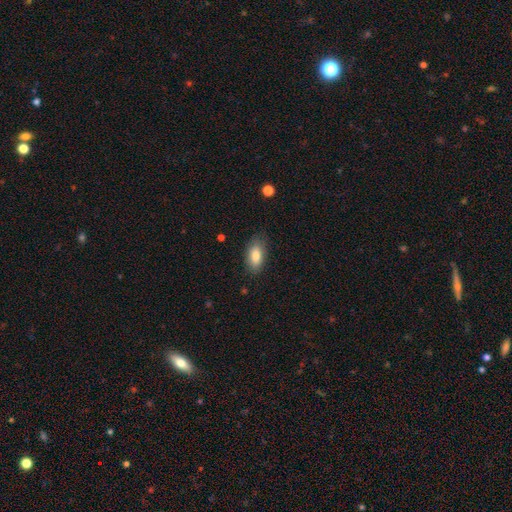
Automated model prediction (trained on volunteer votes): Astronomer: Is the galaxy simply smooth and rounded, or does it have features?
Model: smooth — 83%.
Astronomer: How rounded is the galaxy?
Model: in between — 89%.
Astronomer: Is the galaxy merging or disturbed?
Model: none — 79%.